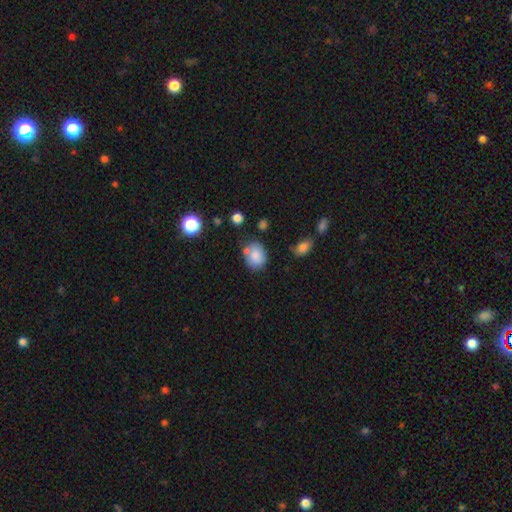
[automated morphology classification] Q: Smooth or featured?
A: smooth (82%); runner-up: star or artifact (9%)
Q: How rounded?
A: in between (52%); runner-up: round (47%)
Q: Merging?
A: none (63%); runner-up: minor disturbance (19%)